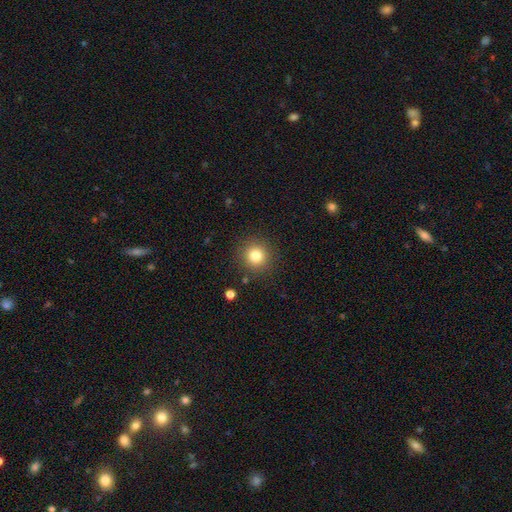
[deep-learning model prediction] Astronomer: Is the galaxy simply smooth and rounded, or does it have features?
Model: smooth — 81%.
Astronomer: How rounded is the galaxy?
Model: round — 94%.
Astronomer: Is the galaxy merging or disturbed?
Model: none — 89%.